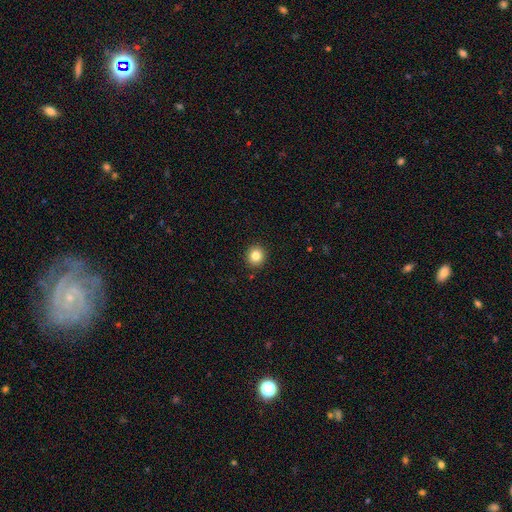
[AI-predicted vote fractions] Smooth or featured? Predicted: smooth (p=0.83). How rounded? Predicted: round (p=0.92). Merging? Predicted: none (p=0.92).